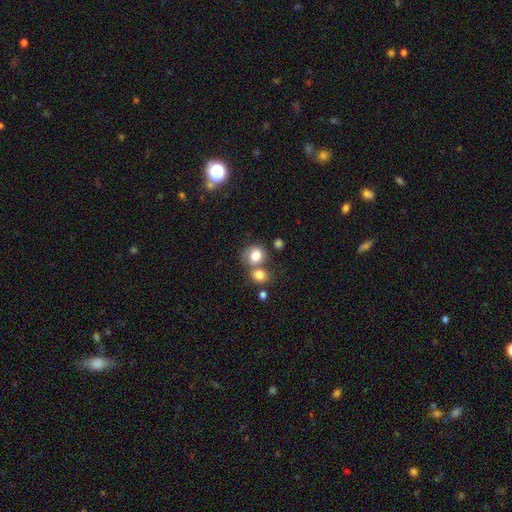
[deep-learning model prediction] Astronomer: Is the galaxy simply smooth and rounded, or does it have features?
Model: smooth — 79%.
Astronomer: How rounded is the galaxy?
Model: round — 70%.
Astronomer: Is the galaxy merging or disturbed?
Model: none — 43% (runner-up: merger, 41%).